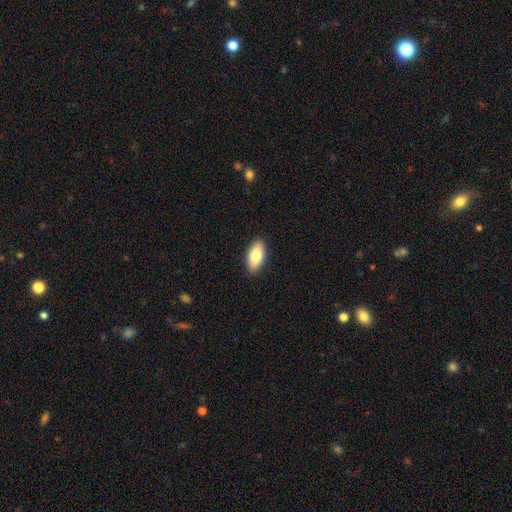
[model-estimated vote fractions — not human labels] smooth_or_featured: smooth (p=0.81) [alt: featured or disk p=0.13]
how_rounded: in between (p=0.90) [alt: cigar-shaped p=0.08]
merging: none (p=0.90) [alt: minor disturbance p=0.08]